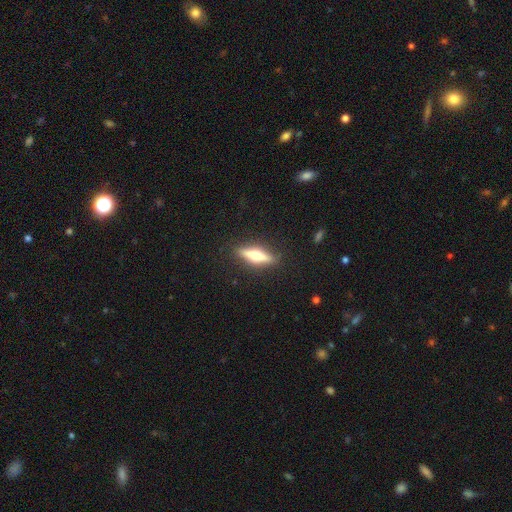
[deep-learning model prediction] A featured or disk galaxy (59%) viewed edge-on (95%) with a rounded central bulge (93%).

Vote fractions:
- Smooth or featured? featured or disk: 59% / smooth: 35% / star or artifact: 6%
- Edge-on disk? yes: 95% / no: 5%
- Edge-on bulge? rounded: 93% / boxy: 4% / none: 3%
- Merging? none: 89% / minor disturbance: 8% / major disturbance: 2% / merger: 1%